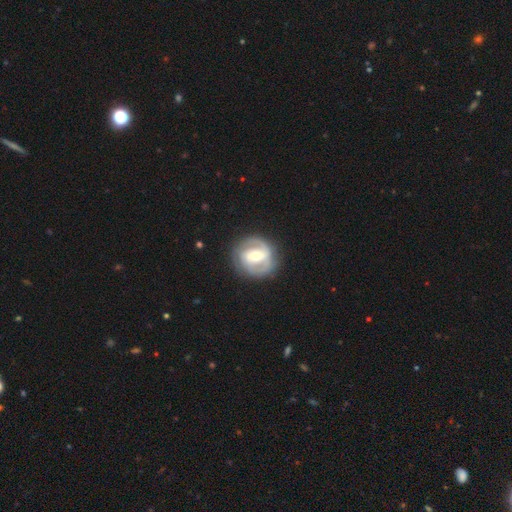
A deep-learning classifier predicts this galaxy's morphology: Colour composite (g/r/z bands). It shows a featured or disk galaxy (76%) with a weak bar (43%), 2 (73%) tight (50%) spiral arms (82%) and a moderate central bulge (70%). Merging: none (81%).